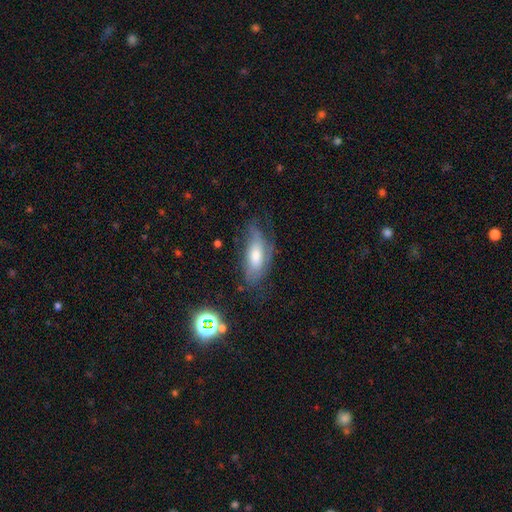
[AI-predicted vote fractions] Q: Smooth or featured?
A: featured or disk (45%); runner-up: smooth (44%)
Q: Merging?
A: none (52%); runner-up: minor disturbance (29%)